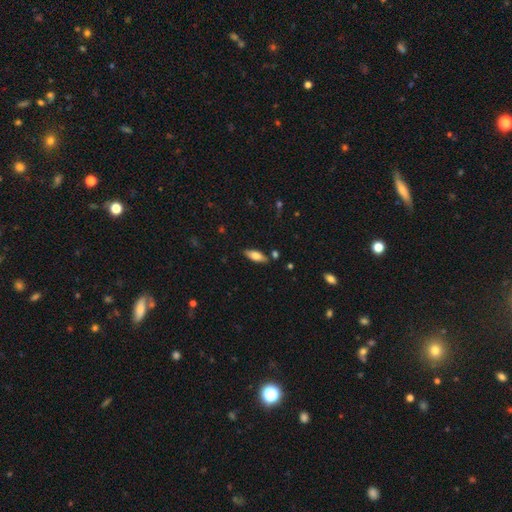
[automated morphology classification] Q: Smooth or featured?
A: smooth (69%); runner-up: featured or disk (25%)
Q: How rounded?
A: in between (70%); runner-up: cigar-shaped (28%)
Q: Merging?
A: none (84%); runner-up: minor disturbance (11%)